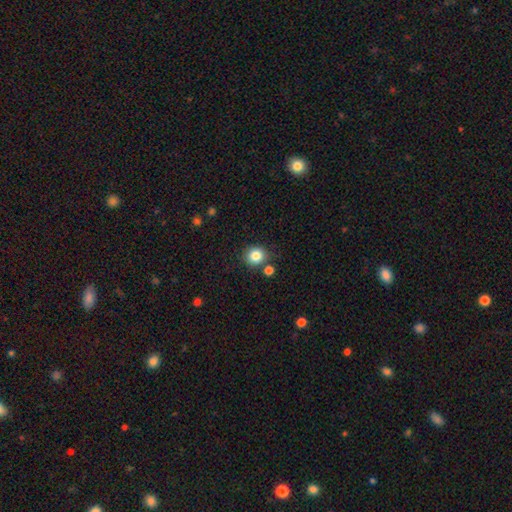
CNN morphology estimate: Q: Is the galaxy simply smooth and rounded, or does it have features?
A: smooth — 83%.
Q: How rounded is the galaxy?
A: round — 89%.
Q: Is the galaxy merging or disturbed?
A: none — 79%.